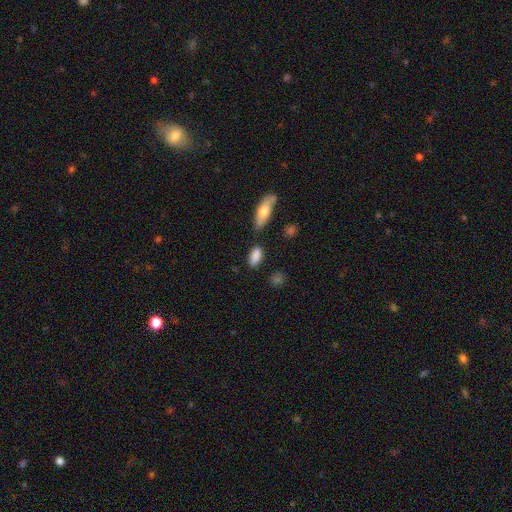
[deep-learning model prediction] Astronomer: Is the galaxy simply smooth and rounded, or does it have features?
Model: smooth — 86%.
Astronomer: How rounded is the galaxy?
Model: in between — 84%.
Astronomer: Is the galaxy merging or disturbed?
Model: none — 75%.